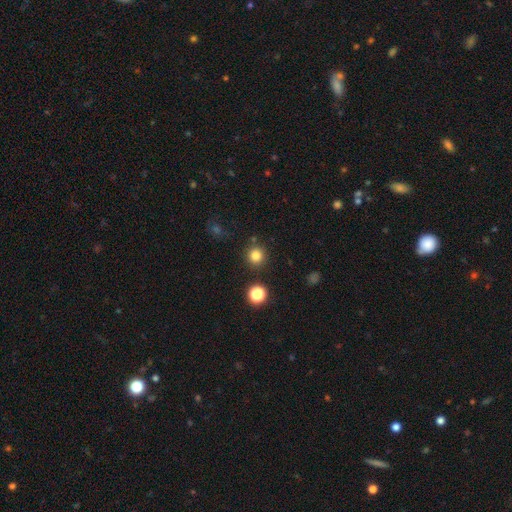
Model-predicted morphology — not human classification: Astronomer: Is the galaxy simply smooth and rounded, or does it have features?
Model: smooth — 81%.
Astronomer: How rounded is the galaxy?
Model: round — 94%.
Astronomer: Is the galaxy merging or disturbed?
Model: none — 87%.